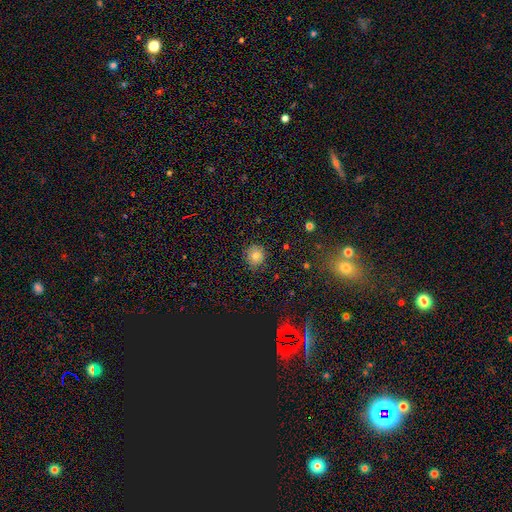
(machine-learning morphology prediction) The model was most divided on "smooth or featured": smooth: 72%, star or artifact: 18%, featured or disk: 11%. More confident: how rounded — round (89%); merging — none (84%).